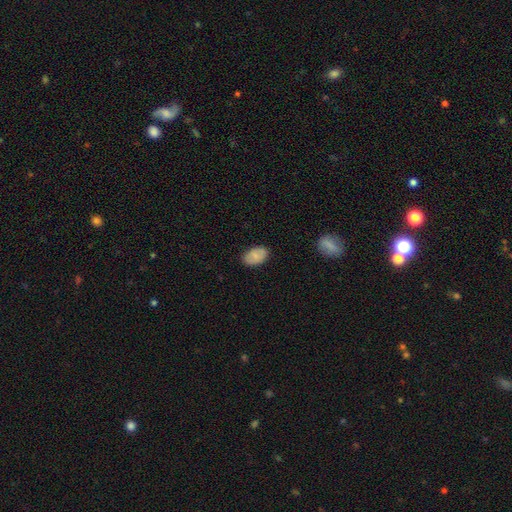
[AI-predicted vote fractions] This appears to be a smooth galaxy with no disk features (77%) that is in between round and cigar-shaped (90%). Merging: none (84%).